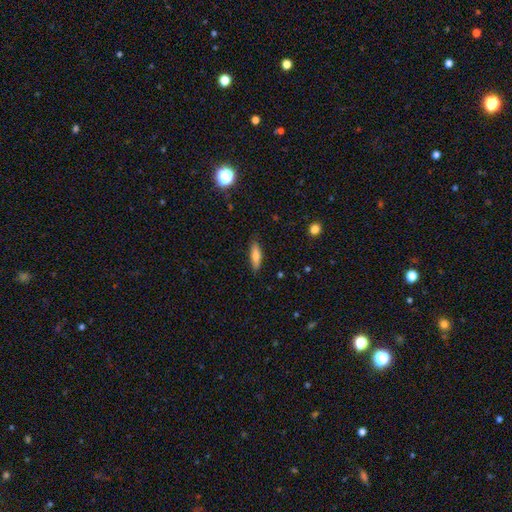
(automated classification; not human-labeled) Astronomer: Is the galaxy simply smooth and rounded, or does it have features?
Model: smooth — 72%.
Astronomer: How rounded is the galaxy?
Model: cigar-shaped — 56% (runner-up: in between, 42%).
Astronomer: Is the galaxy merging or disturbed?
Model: none — 84%.